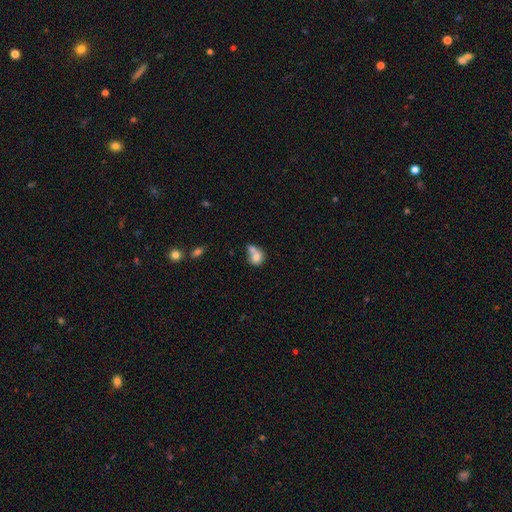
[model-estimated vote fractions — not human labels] Smooth or featured? Predicted: smooth (p=0.74). How rounded? Predicted: round (p=0.56). Merging? Predicted: merger (p=0.58).